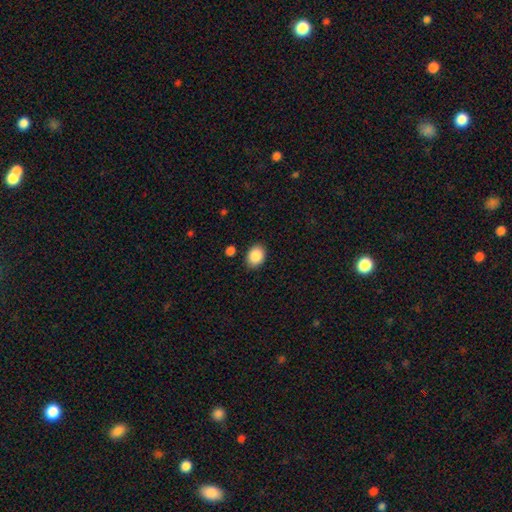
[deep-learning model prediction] This is clearly a smooth galaxy (88%). How rounded: likely in between (66%). Merging: clearly none (85%).